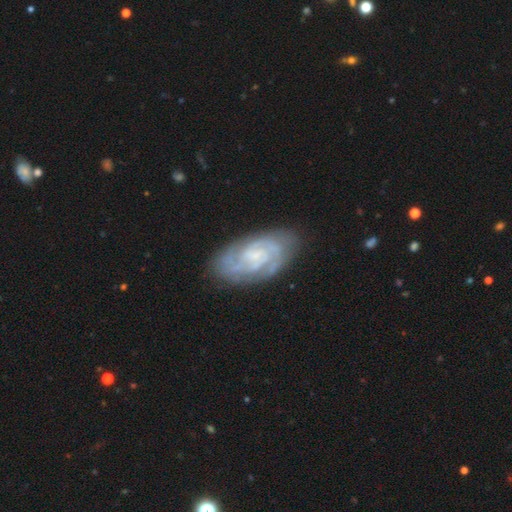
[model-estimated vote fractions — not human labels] Q: Smooth or featured?
A: featured or disk (82%); runner-up: smooth (11%)
Q: Edge-on disk?
A: no (96%); runner-up: yes (4%)
Q: Bar?
A: no (50%); runner-up: weak (41%)
Q: Spiral arms?
A: yes (96%); runner-up: no (4%)
Q: Spiral winding?
A: tight (64%); runner-up: medium (31%)
Q: Spiral arm count?
A: 2 (40%); runner-up: can't tell (24%)
Q: Bulge size?
A: small (60%); runner-up: none (19%)
Q: Merging?
A: none (78%); runner-up: minor disturbance (16%)